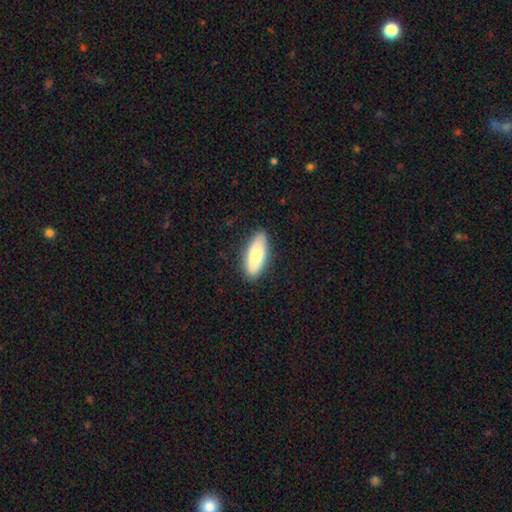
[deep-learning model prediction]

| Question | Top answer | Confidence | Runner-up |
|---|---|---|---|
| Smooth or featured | smooth | 79% | featured or disk (15%) |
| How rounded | in between | 63% | cigar-shaped (35%) |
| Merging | none | 86% | minor disturbance (10%) |